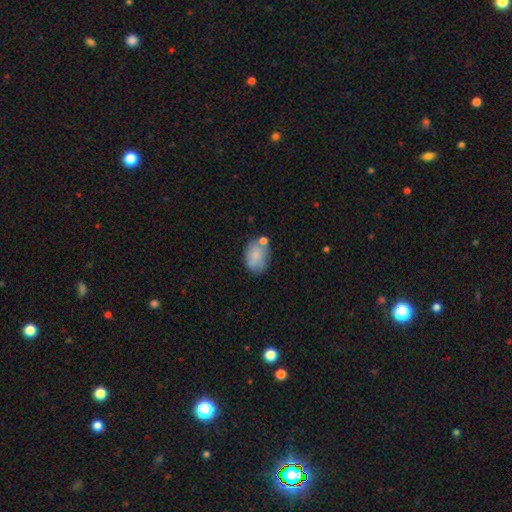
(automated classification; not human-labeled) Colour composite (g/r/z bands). It shows a smooth galaxy with no disk features (77%) that is in between round and cigar-shaped (80%). Merging: none (53%).